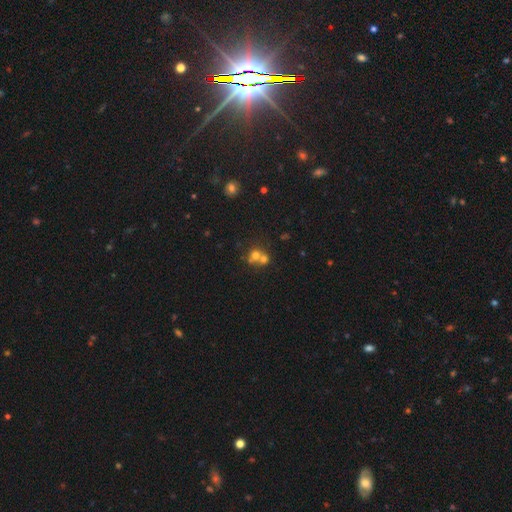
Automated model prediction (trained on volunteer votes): A smooth galaxy with no disk features (64%) that is round (81%). Merging: merger (57%).